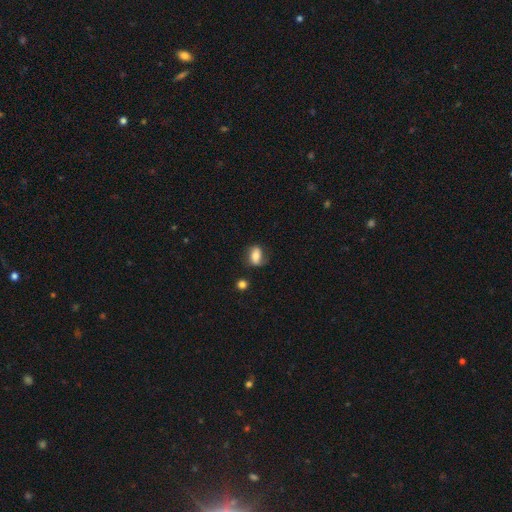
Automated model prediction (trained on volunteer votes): The model was most divided on "merging": none: 65%, minor disturbance: 23%, major disturbance: 8%, merger: 4%. More confident: how rounded — in between (77%); smooth or featured — smooth (67%).